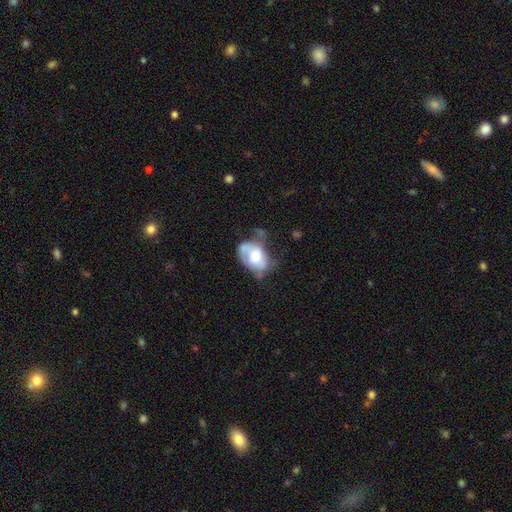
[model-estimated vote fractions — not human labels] The model was most divided on "merging": major disturbance: 33%, minor disturbance: 32%, none: 26%, merger: 9%. Remaining: smooth or featured — smooth (48%).